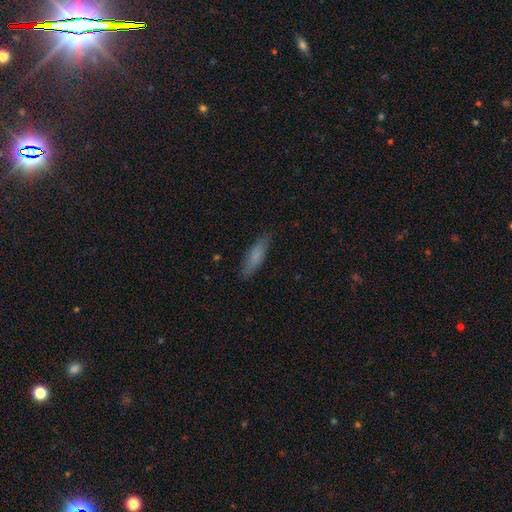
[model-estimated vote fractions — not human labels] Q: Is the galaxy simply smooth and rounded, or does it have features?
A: smooth — 78%.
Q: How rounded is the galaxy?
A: cigar-shaped — 65%.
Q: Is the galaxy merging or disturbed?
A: none — 84%.